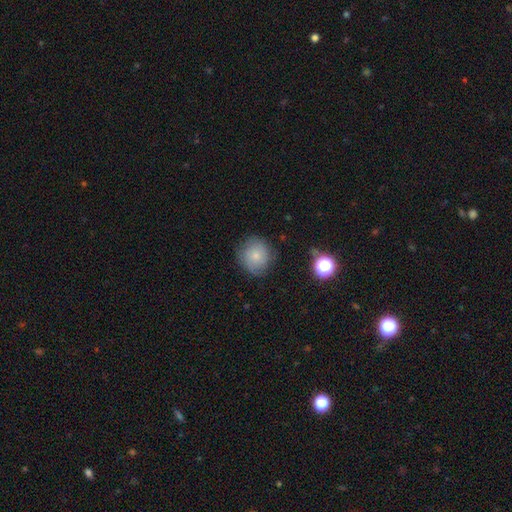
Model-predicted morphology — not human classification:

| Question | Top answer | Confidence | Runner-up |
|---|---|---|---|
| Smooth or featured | smooth | 74% | featured or disk (16%) |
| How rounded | round | 86% | in between (13%) |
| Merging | none | 77% | minor disturbance (17%) |